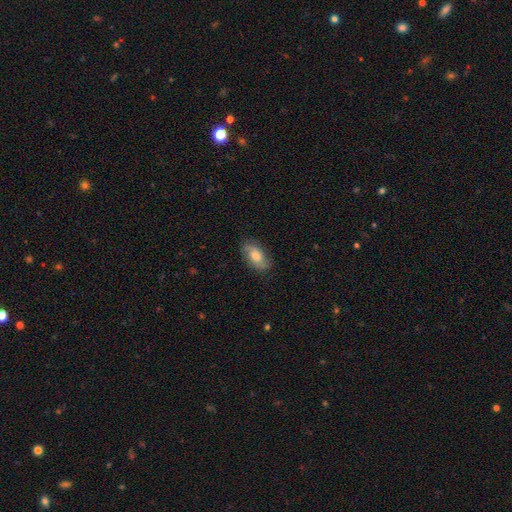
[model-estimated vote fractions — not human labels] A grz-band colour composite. It shows a smooth galaxy with no disk features (58%) that is in between round and cigar-shaped (89%). Merging: none (80%).